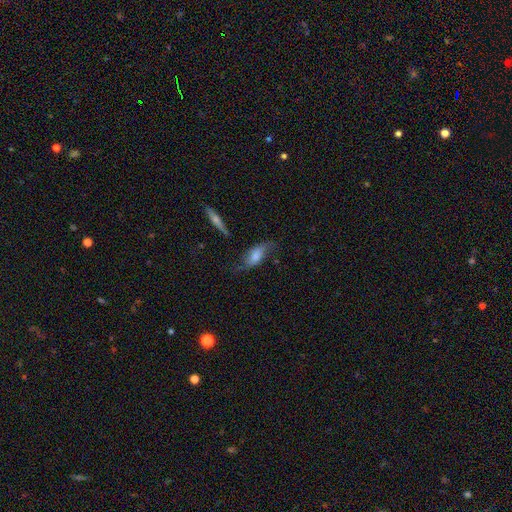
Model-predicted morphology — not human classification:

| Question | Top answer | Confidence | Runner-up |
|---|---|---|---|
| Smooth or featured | featured or disk | 49% | smooth (43%) |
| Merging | none | 53% | minor disturbance (28%) |